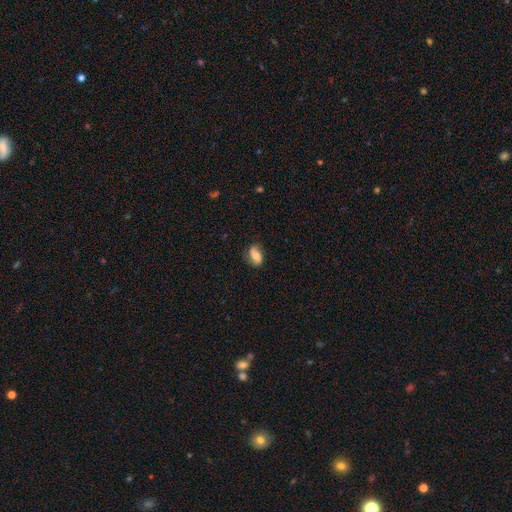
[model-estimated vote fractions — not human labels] A smooth galaxy with no disk features (49%). Merging: none (70%).